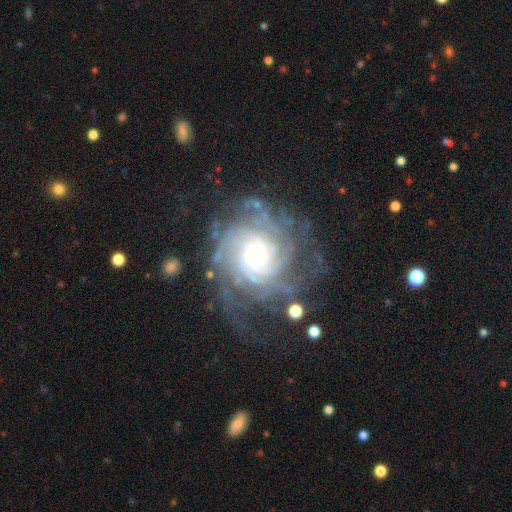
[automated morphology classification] Q: Smooth or featured?
A: featured or disk (88%); runner-up: star or artifact (6%)
Q: Edge-on disk?
A: no (97%); runner-up: yes (3%)
Q: Bar?
A: no (75%); runner-up: weak (18%)
Q: Spiral arms?
A: yes (97%); runner-up: no (3%)
Q: Spiral winding?
A: tight (71%); runner-up: medium (23%)
Q: Spiral arm count?
A: can't tell (26%); runner-up: 4 (23%)
Q: Bulge size?
A: small (64%); runner-up: moderate (23%)
Q: Merging?
A: none (65%); runner-up: minor disturbance (18%)